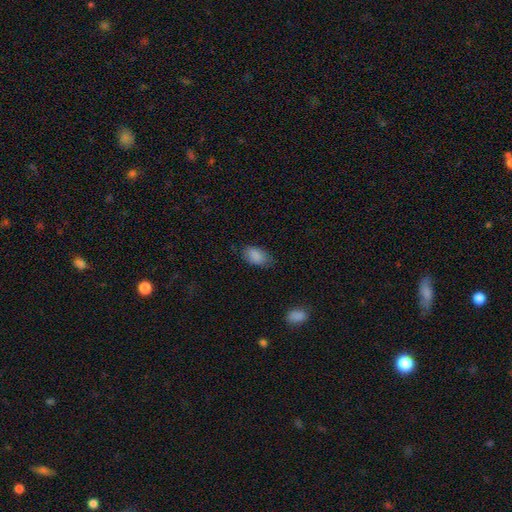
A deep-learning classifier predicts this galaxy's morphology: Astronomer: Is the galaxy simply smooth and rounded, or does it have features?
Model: smooth — 85%.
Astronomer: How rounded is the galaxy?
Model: in between — 91%.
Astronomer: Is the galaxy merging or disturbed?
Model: none — 70%.